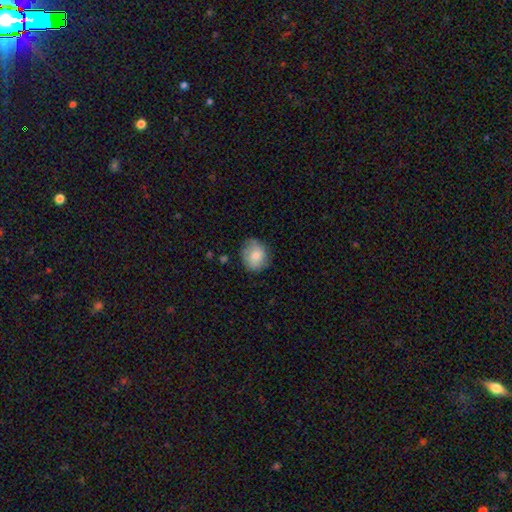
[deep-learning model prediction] This is likely a smooth galaxy (77%). How rounded: likely round (72%). Merging: likely none (75%).